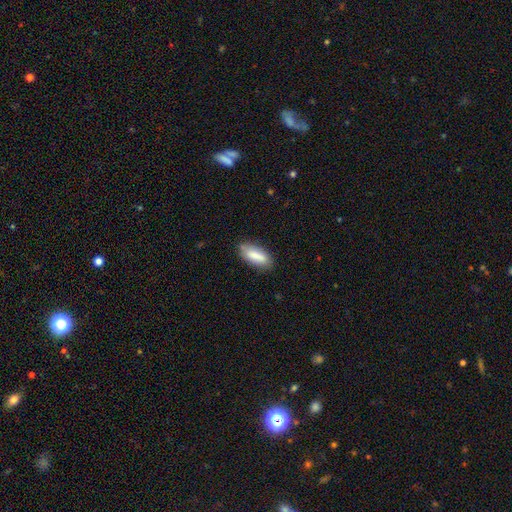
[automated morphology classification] A smooth galaxy with no disk features (81%) that is in between round and cigar-shaped (75%). Merging: none (76%).